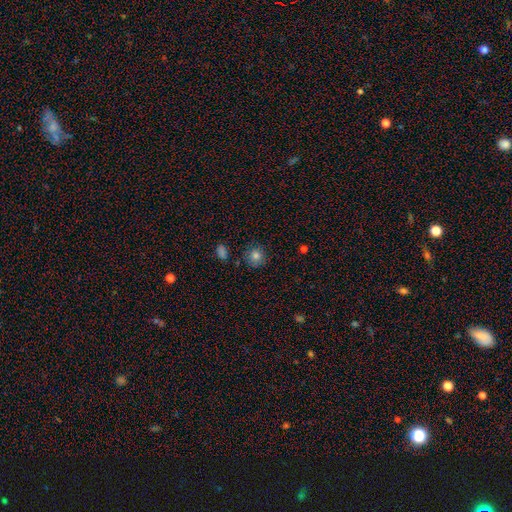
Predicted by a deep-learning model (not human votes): Q: Smooth or featured?
A: smooth (81%); runner-up: star or artifact (12%)
Q: How rounded?
A: round (90%); runner-up: in between (9%)
Q: Merging?
A: none (84%); runner-up: minor disturbance (11%)